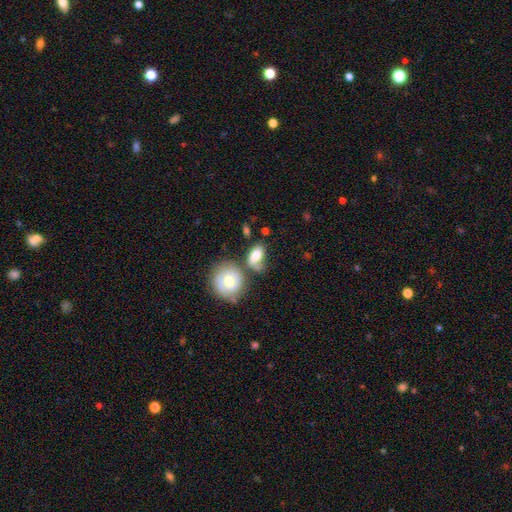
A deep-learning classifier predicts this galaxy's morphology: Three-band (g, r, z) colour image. It shows a smooth galaxy with no disk features (76%) that is in between round and cigar-shaped (80%). Merging: none (43%).